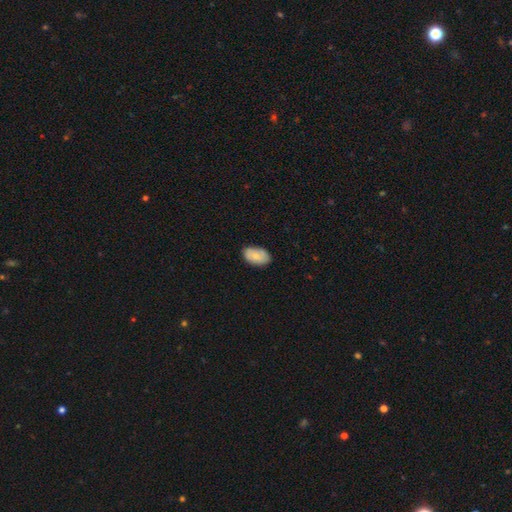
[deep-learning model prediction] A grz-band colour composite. It shows a smooth galaxy with no disk features (78%) that is in between round and cigar-shaped (92%). Merging: none (81%).